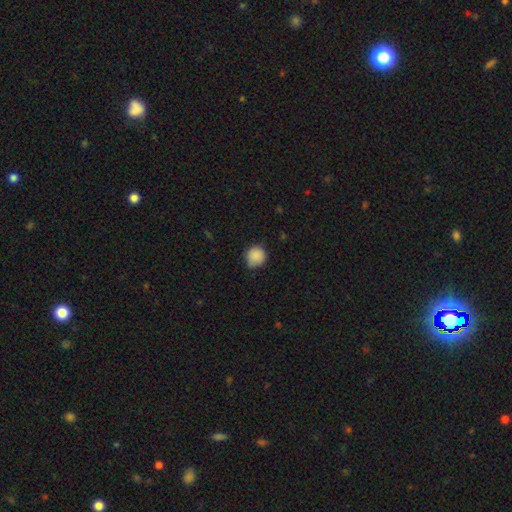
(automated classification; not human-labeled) A smooth galaxy with no disk features (88%) that is round (91%). Merging: none (74%).